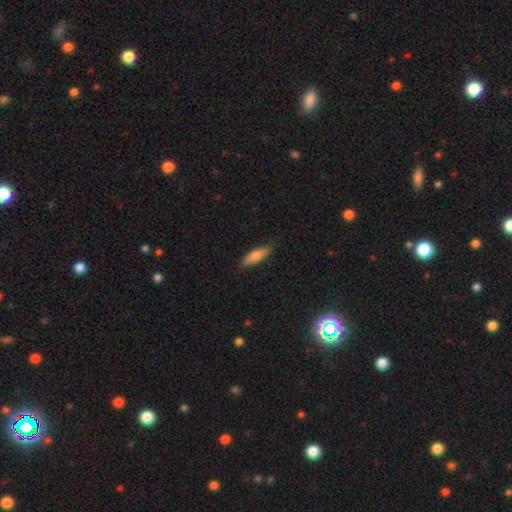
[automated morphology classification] Overall: smooth (73%). How rounded: cigar-shaped (57%; in between 41%). Merging: none (84%).